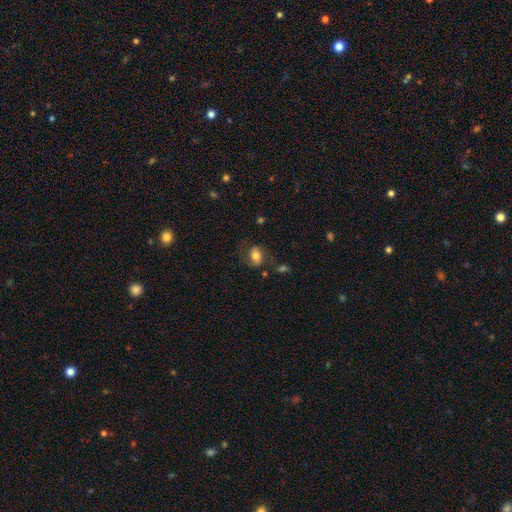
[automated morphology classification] smooth 71%, featured or disk 20%, star or artifact 9%. Down the decision tree: how rounded — in between (82%); merging — none (66%).